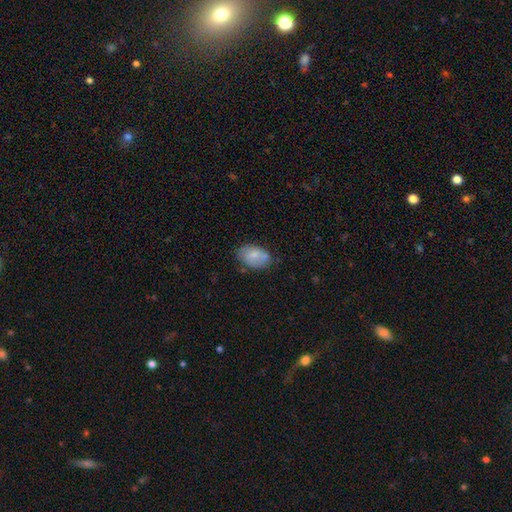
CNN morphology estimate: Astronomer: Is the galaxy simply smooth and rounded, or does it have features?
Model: smooth — 75%.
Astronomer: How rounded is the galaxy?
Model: in between — 89%.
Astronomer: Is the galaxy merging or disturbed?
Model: none — 62%.